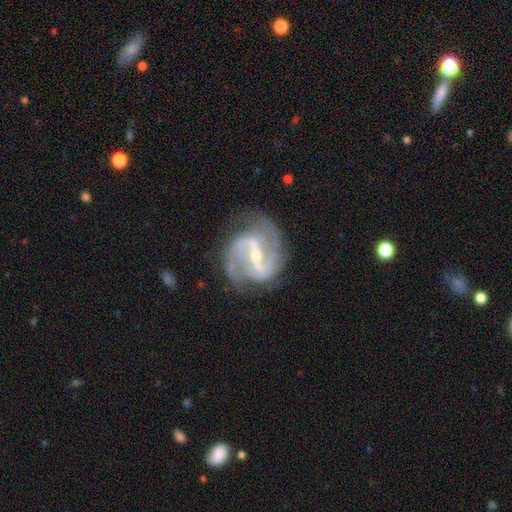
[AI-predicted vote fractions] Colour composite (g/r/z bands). It shows a featured or disk galaxy (91%) with a strong bar (59%), 2 (81%) medium (54%) spiral arms (97%) and a small central bulge (61%). Merging: none (72%).